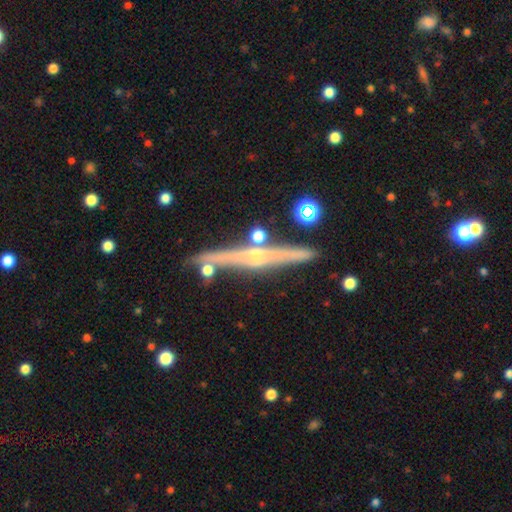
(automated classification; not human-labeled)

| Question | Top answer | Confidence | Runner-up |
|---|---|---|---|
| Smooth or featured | featured or disk | 81% | smooth (12%) |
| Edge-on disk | yes | 98% | no (2%) |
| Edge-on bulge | rounded | 82% | none (13%) |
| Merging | none | 85% | minor disturbance (8%) |